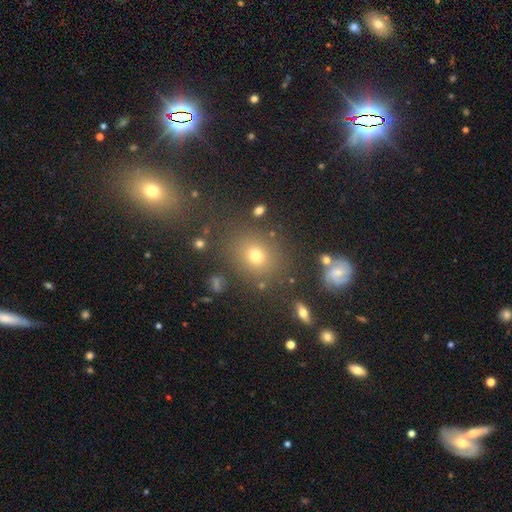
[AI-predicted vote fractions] Q: Smooth or featured?
A: smooth (63%); runner-up: star or artifact (24%)
Q: How rounded?
A: round (69%); runner-up: in between (29%)
Q: Merging?
A: none (80%); runner-up: minor disturbance (10%)